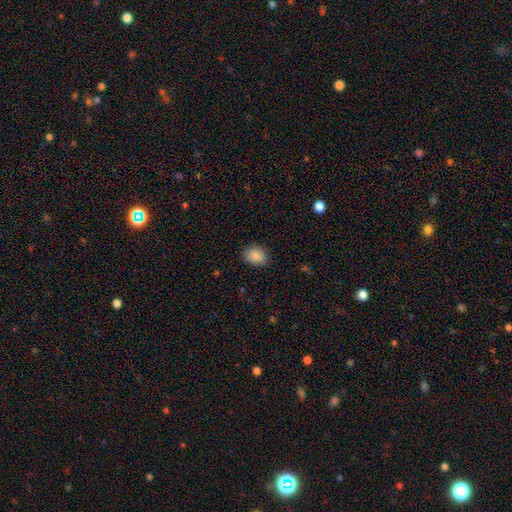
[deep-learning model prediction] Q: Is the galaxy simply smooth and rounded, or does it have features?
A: smooth — 87%.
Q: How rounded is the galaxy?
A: in between — 62%.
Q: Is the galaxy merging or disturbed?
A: none — 83%.